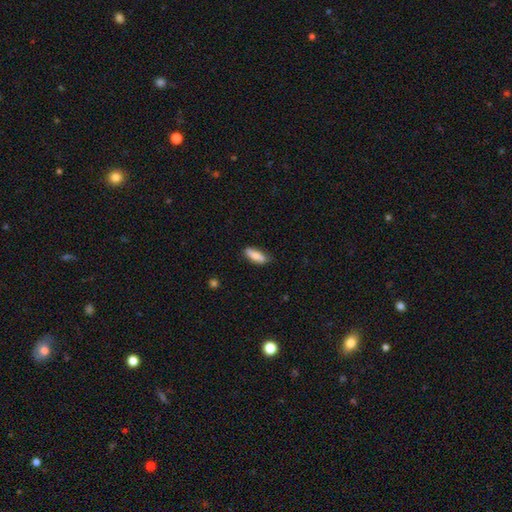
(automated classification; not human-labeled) Smooth or featured: smooth — 77% (featured or disk — 17%)
How rounded: in between — 62% (cigar-shaped — 35%)
Merging: none — 78% (minor disturbance — 17%)